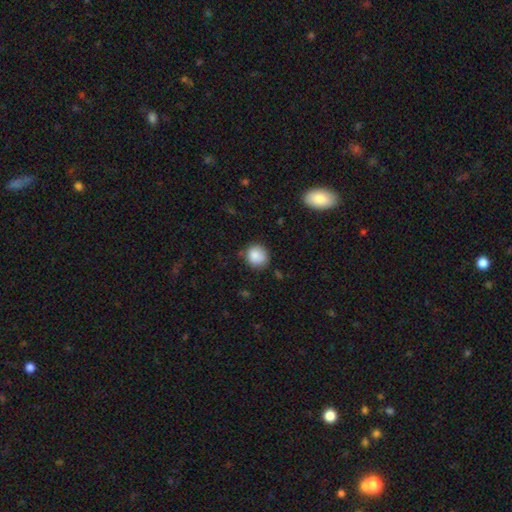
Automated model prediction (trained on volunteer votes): A smooth galaxy with no disk features (86%) that is round (87%). Merging: none (78%).